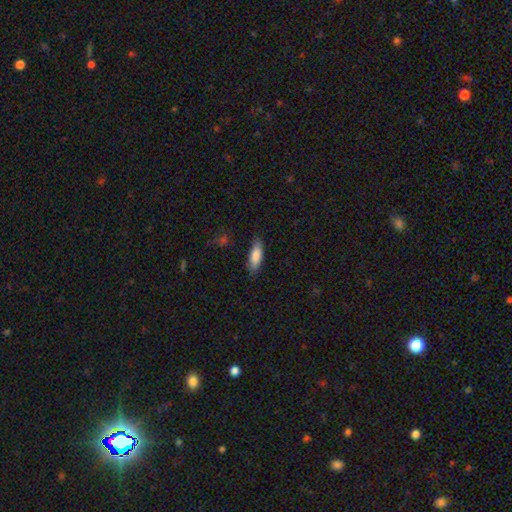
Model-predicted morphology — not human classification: A smooth galaxy with no disk features (84%) that is in between round and cigar-shaped (55%).

Vote fractions:
- Smooth or featured? smooth: 84% / featured or disk: 10% / star or artifact: 6%
- How rounded? in between: 55% / cigar-shaped: 44% / round: 2%
- Merging? none: 84% / minor disturbance: 12% / major disturbance: 3% / merger: 1%